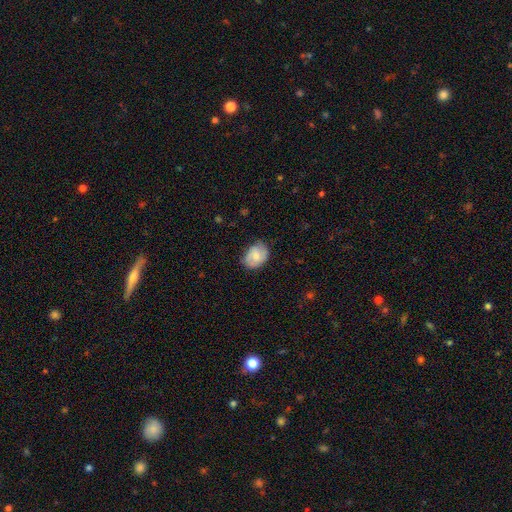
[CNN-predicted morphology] Smooth or featured? smooth (69%)
How rounded? in between (67%)
Merging? none (69%)